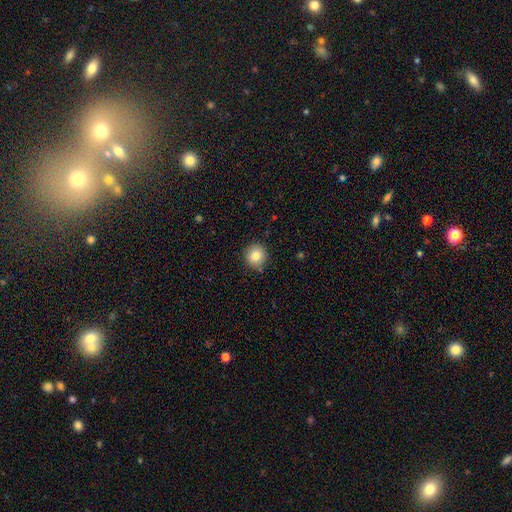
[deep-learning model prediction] This appears to be a smooth galaxy with no disk features (82%) that is round (94%). Merging: none (88%).